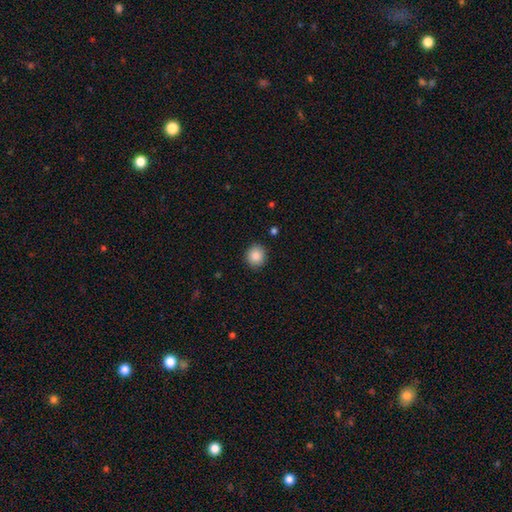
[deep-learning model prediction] Morphology: type=smooth (88%); roundness=round (90%); merging=none (91%).